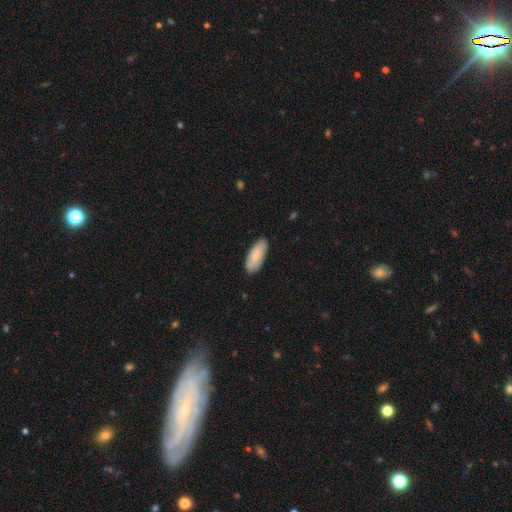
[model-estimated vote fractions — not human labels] smooth-or-featured: smooth: 79% | featured or disk: 15% | star or artifact: 5%
  how-rounded: in between: 84% | cigar-shaped: 14% | round: 2%
  merging: none: 85% | minor disturbance: 12% | major disturbance: 2% | merger: 1%